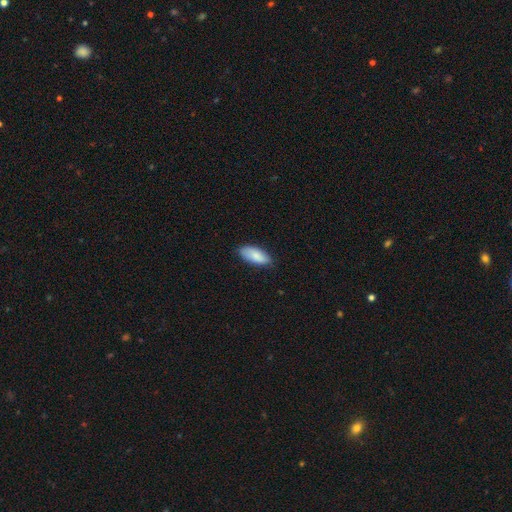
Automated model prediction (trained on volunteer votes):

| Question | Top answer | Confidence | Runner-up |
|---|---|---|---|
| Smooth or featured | smooth | 85% | featured or disk (9%) |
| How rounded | in between | 88% | cigar-shaped (10%) |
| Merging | none | 81% | minor disturbance (16%) |